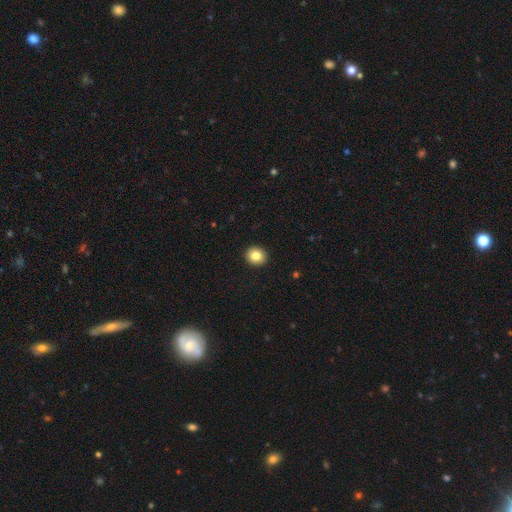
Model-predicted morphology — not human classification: This appears to be a smooth galaxy with no disk features (84%) that is round (82%). Merging: none (93%).